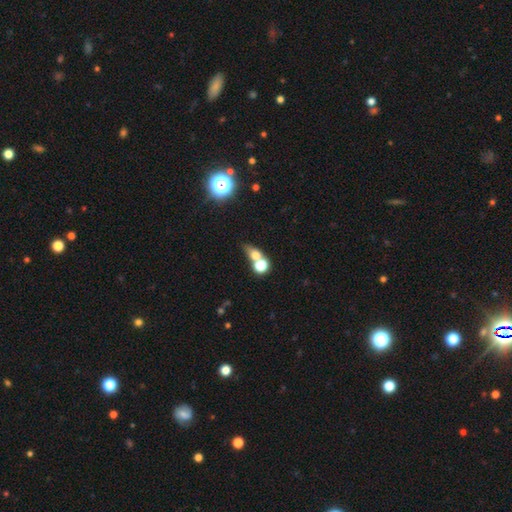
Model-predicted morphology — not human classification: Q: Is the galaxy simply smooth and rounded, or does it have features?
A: smooth — 65%.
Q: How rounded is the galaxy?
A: round — 50%.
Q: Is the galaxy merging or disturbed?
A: merger — 48%.